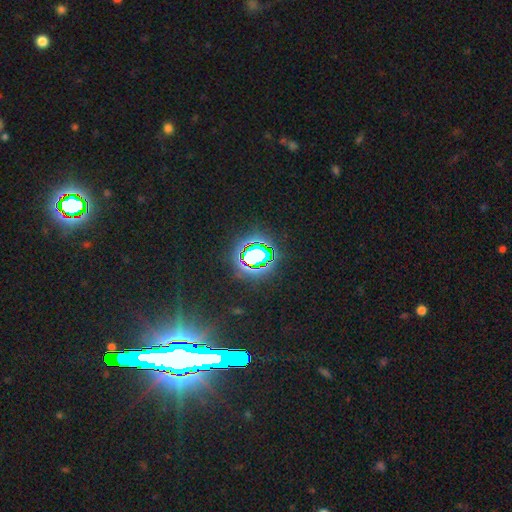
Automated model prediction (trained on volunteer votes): Q: Smooth or featured?
A: star or artifact (70%); runner-up: smooth (20%)